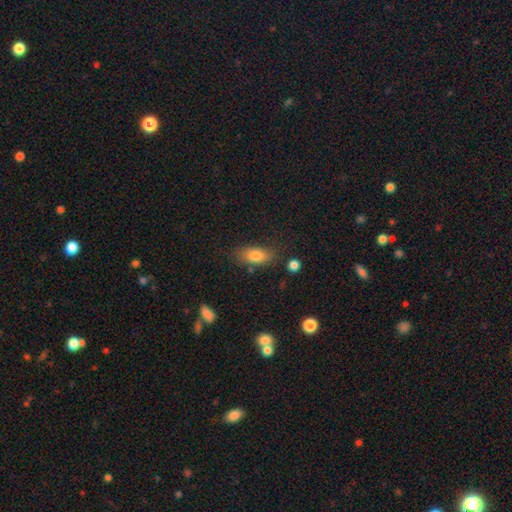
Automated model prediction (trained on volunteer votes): Smooth or featured: smooth — 80% (featured or disk — 11%)
How rounded: in between — 85% (cigar-shaped — 9%)
Merging: none — 74% (minor disturbance — 17%)